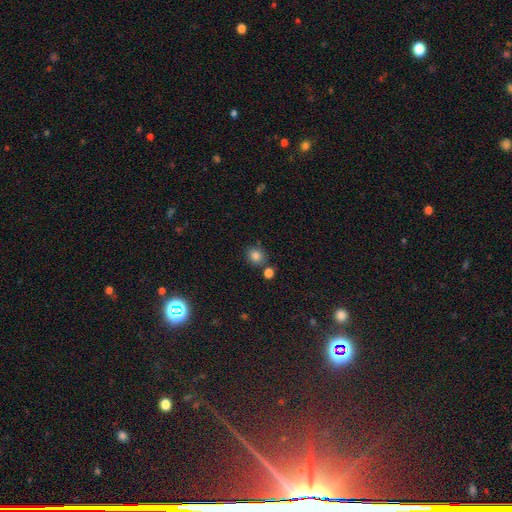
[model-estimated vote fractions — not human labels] A smooth galaxy with no disk features (82%) that is round (78%).

Vote fractions:
- Smooth or featured? smooth: 82% / star or artifact: 12% / featured or disk: 5%
- How rounded? round: 78% / in between: 21% / cigar-shaped: 1%
- Merging? none: 78% / merger: 11% / minor disturbance: 9% / major disturbance: 3%